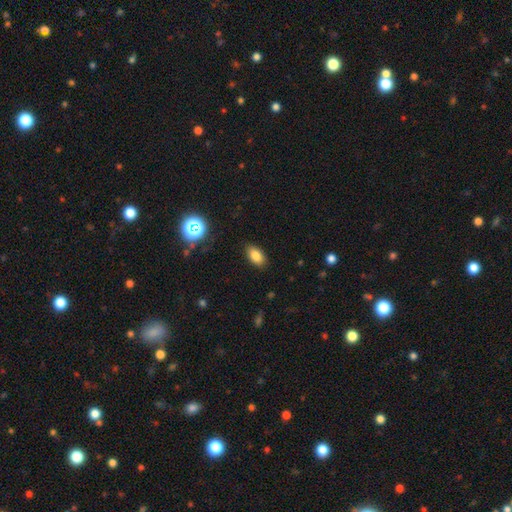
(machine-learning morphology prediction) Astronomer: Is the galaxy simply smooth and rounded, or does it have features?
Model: smooth — 83%.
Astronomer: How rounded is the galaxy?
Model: in between — 91%.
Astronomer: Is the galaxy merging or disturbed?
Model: none — 87%.